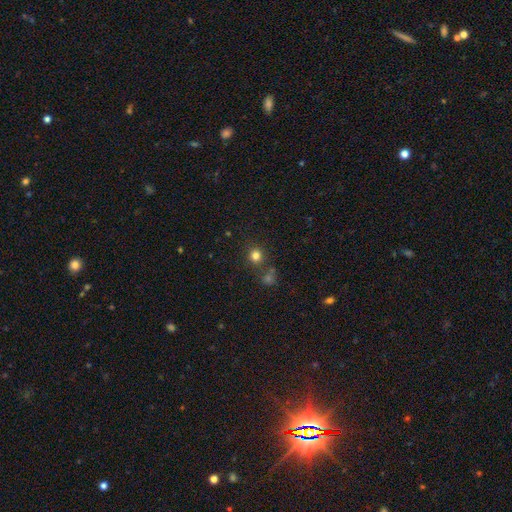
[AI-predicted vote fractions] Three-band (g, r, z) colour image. It shows a smooth galaxy with no disk features (78%) that is round (90%). Merging: none (79%).